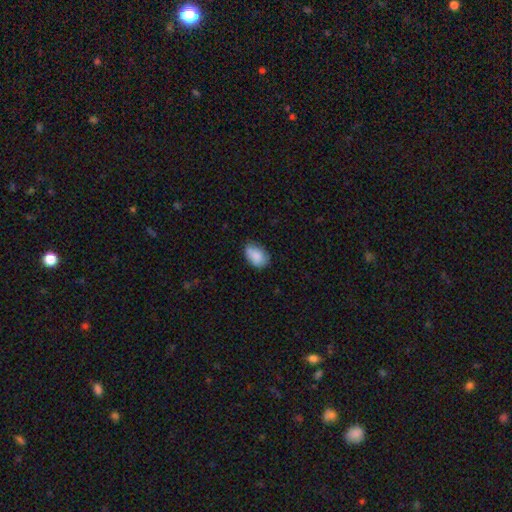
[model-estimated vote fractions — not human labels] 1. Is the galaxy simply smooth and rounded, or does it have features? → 84% smooth, 8% featured or disk, 8% star or artifact.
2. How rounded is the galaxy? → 84% in between, 15% round, 1% cigar-shaped.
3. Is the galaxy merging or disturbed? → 60% none, 31% minor disturbance, 7% major disturbance, 3% merger.